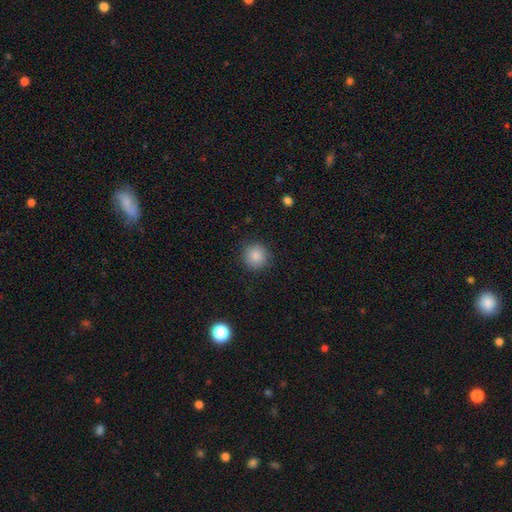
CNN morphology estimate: smooth_or_featured: smooth (p=0.86) [alt: star or artifact p=0.10]
how_rounded: round (p=0.93) [alt: in between p=0.06]
merging: none (p=0.89) [alt: minor disturbance p=0.08]